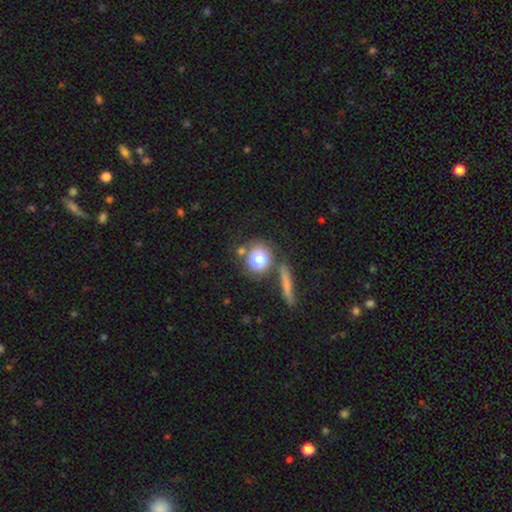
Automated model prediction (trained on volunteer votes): Overall: smooth (73%). How rounded: round (83%). Merging: none (67%).